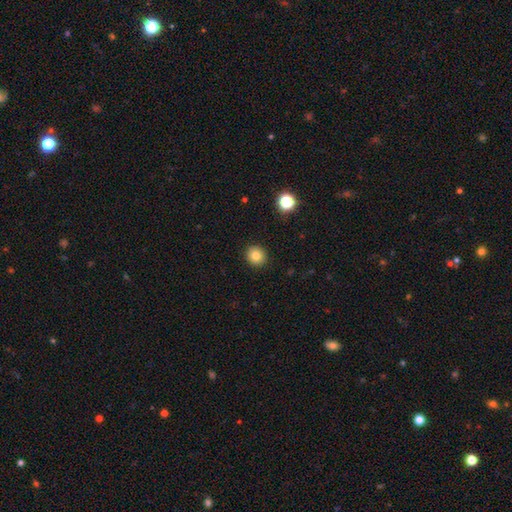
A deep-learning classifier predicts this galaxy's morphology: A smooth galaxy with no disk features (81%) that is round (87%).

Vote fractions:
- Smooth or featured? smooth: 81% / star or artifact: 11% / featured or disk: 8%
- How rounded? round: 87% / in between: 12% / cigar-shaped: 1%
- Merging? none: 92% / minor disturbance: 5% / major disturbance: 2% / merger: 1%